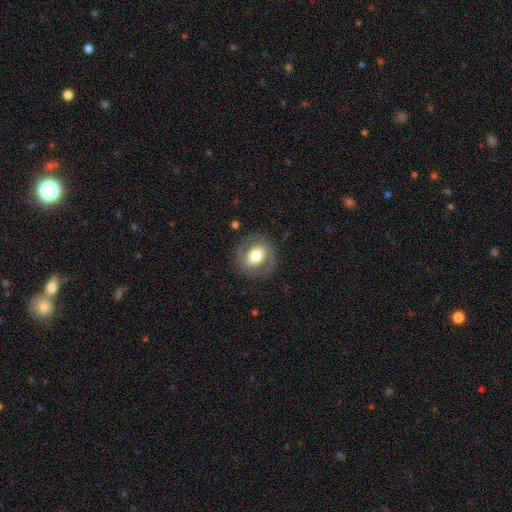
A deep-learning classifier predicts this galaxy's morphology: Smooth or featured?
  - smooth: 50% *
  - featured or disk: 43%
  - star or artifact: 7%
How rounded?
  - round: 60% *
  - in between: 39%
  - cigar-shaped: 1%
Merging?
  - none: 81% *
  - minor disturbance: 11%
  - major disturbance: 7%
  - merger: 1%